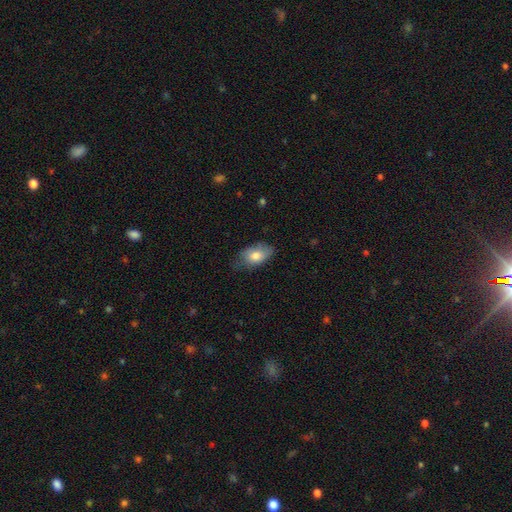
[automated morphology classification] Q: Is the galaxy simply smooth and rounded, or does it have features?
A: smooth — 78%.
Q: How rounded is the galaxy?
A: in between — 89%.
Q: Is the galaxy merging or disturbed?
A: none — 62%.